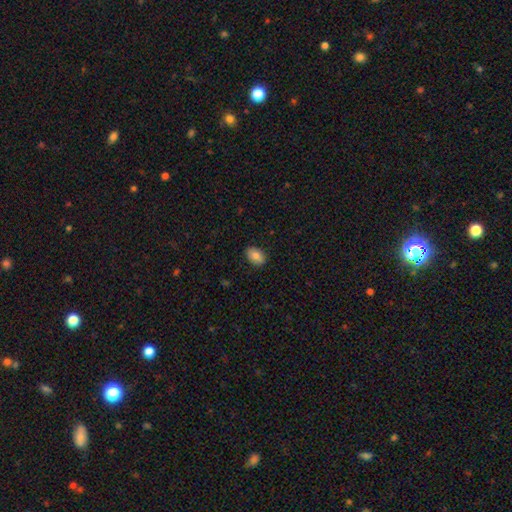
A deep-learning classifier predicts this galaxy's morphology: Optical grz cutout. It shows a smooth galaxy with no disk features (81%) that is in between round and cigar-shaped (82%). Merging: none (88%).